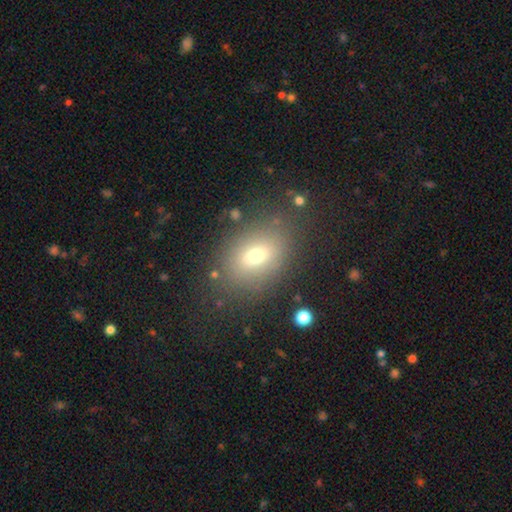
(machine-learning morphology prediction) smooth-or-featured: smooth: 67% | featured or disk: 18% | star or artifact: 15%
  how-rounded: in between: 74% | round: 24% | cigar-shaped: 2%
  merging: none: 80% | minor disturbance: 12% | major disturbance: 6% | merger: 3%